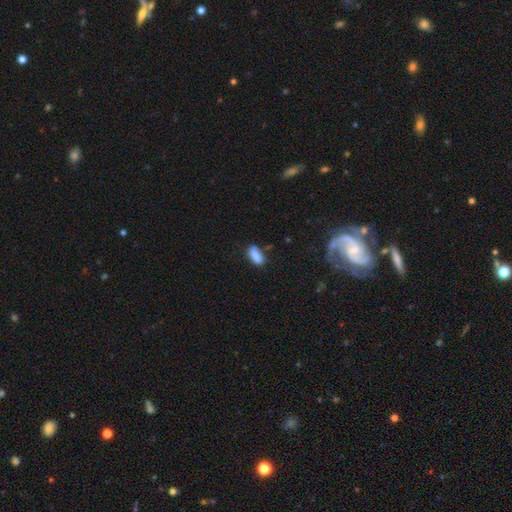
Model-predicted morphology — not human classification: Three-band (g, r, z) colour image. It shows a smooth galaxy with no disk features (86%) that is in between round and cigar-shaped (85%). Merging: none (67%).